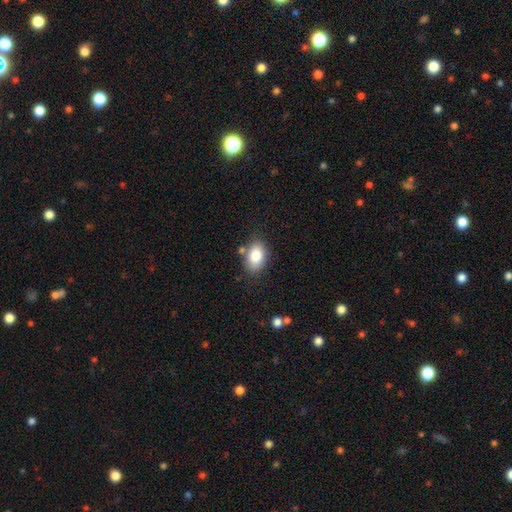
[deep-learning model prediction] smooth_or_featured: smooth (p=0.83) [alt: featured or disk p=0.09]
how_rounded: in between (p=0.86) [alt: round p=0.13]
merging: none (p=0.76) [alt: minor disturbance p=0.15]